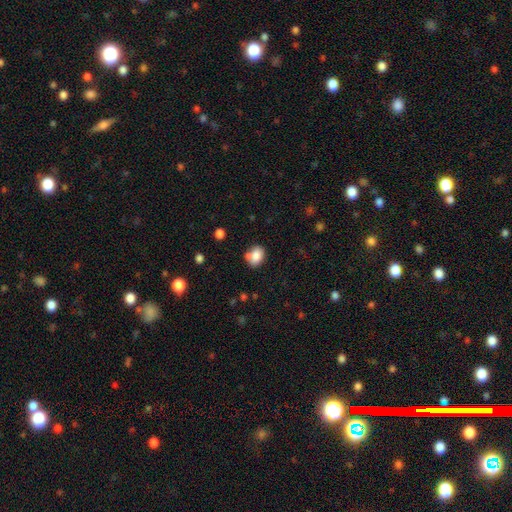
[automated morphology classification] type=smooth (84%); roundness=in between (66%); merging=none (63%).